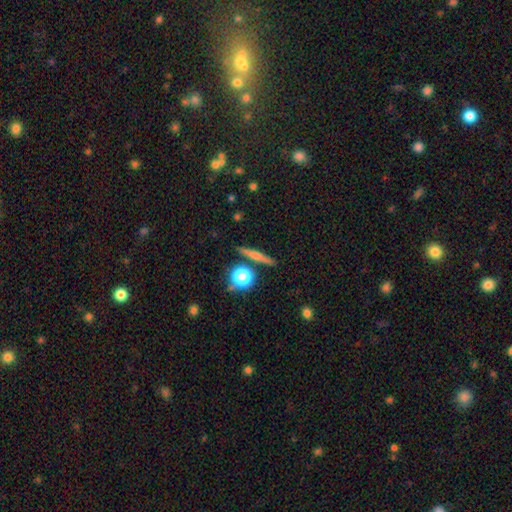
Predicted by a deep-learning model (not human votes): Smooth or featured? featured or disk (46%)
Merging? none (86%)